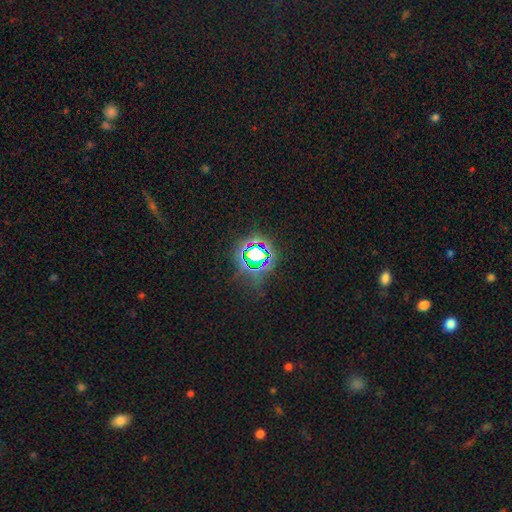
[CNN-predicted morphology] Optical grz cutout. It shows a star or artifact, not a galaxy (68%).